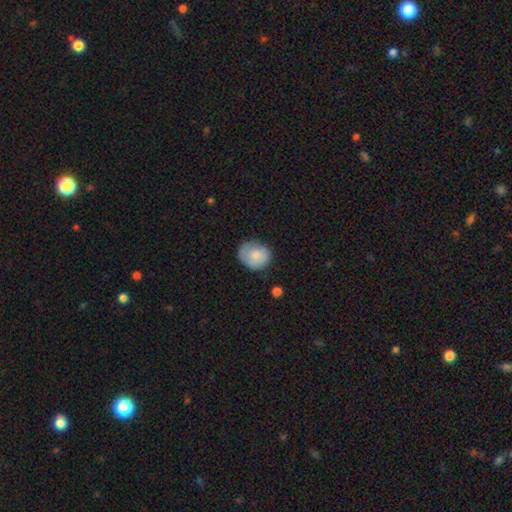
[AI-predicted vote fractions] Smooth or featured? Predicted: smooth (p=0.76). How rounded? Predicted: round (p=0.65). Merging? Predicted: none (p=0.61).